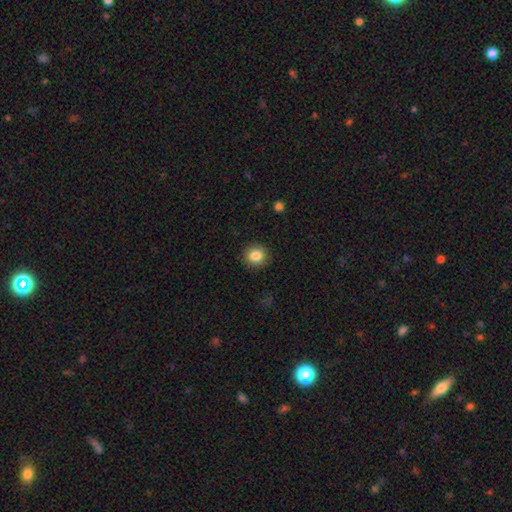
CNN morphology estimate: type=smooth (85%); roundness=round (89%); merging=none (91%).